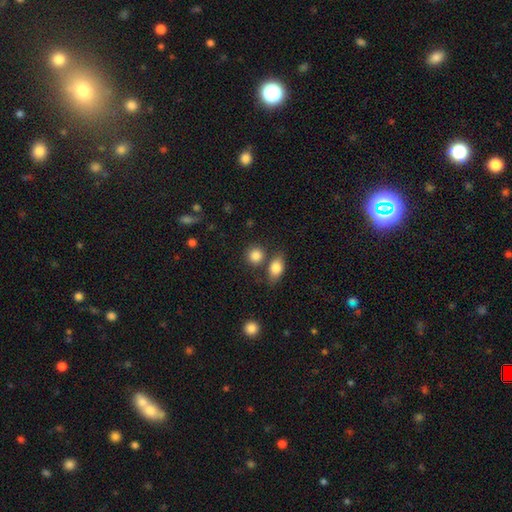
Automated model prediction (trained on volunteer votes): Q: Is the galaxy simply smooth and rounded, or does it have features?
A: smooth — 85%.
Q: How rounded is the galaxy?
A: round — 79%.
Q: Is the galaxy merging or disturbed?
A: none — 66%.